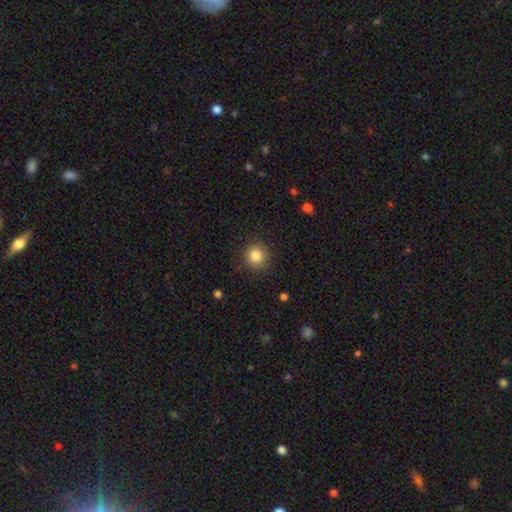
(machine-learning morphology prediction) Overall: smooth (84%). How rounded: round (92%). Merging: none (89%).